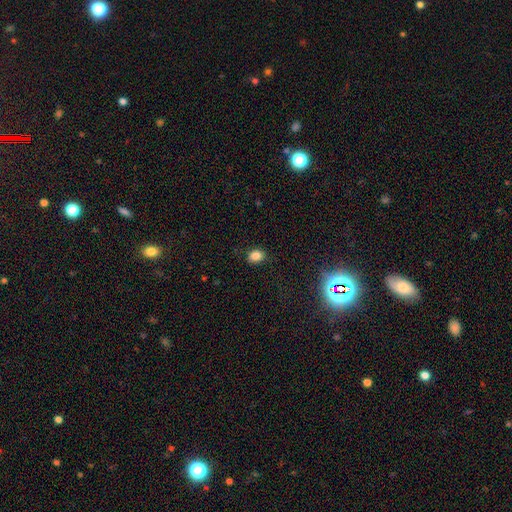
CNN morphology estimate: Smooth or featured?
  - smooth: 84% *
  - star or artifact: 12%
  - featured or disk: 4%
How rounded?
  - in between: 60% *
  - round: 39%
  - cigar-shaped: 1%
Merging?
  - none: 85% *
  - minor disturbance: 11%
  - major disturbance: 3%
  - merger: 1%